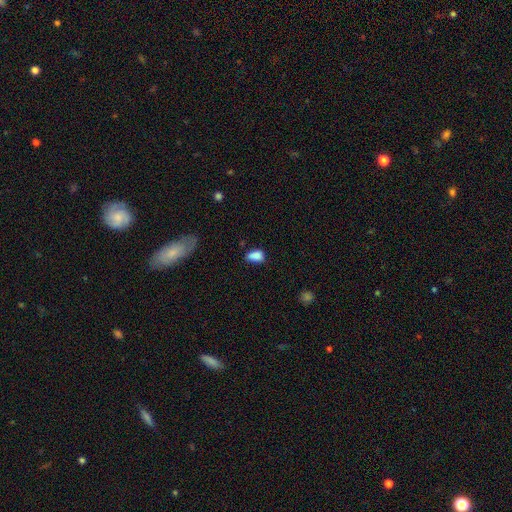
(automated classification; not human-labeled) smooth-or-featured: smooth: 84% | star or artifact: 9% | featured or disk: 6%
  how-rounded: in between: 86% | round: 11% | cigar-shaped: 3%
  merging: none: 54% | minor disturbance: 33% | major disturbance: 8% | merger: 5%